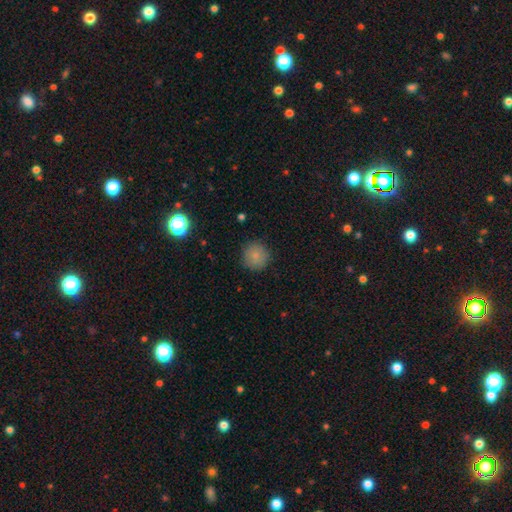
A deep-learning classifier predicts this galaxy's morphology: This appears to be a smooth galaxy with no disk features (84%) that is round (94%). Merging: none (87%).